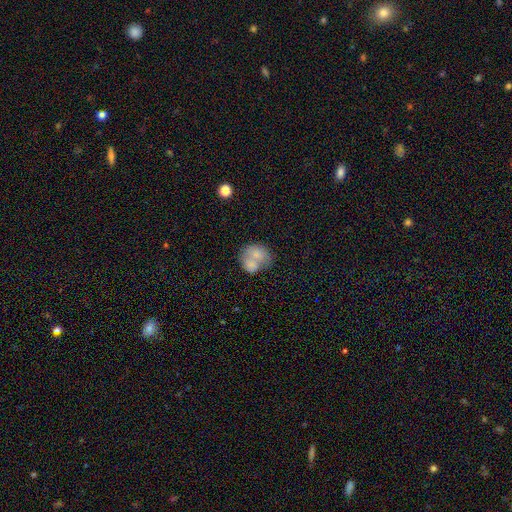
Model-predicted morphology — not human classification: This is likely a smooth galaxy (70%). How rounded: likely round (65%). Merging: possibly merger (56%).